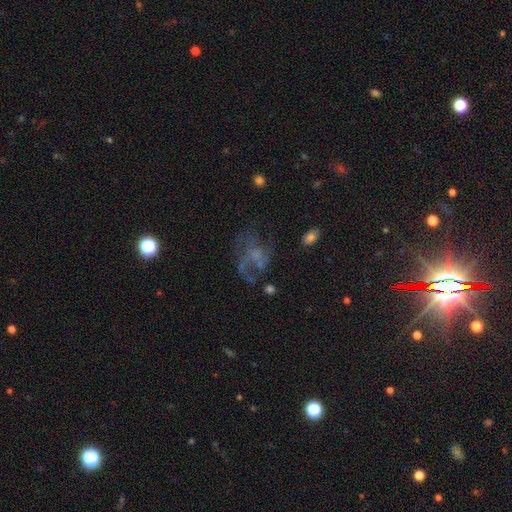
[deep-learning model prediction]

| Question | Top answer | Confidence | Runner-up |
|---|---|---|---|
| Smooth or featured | featured or disk | 62% | smooth (21%) |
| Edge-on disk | no | 98% | yes (2%) |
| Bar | no | 79% | weak (18%) |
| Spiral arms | yes | 58% | no (42%) |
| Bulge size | none | 41% | small (35%) |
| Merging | major disturbance | 38% | tied: none (38%) |